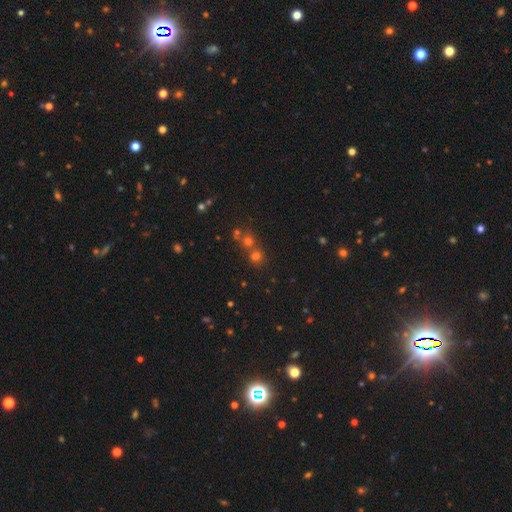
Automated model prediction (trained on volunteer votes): Smooth or featured: star or artifact — 49% (smooth — 38%)